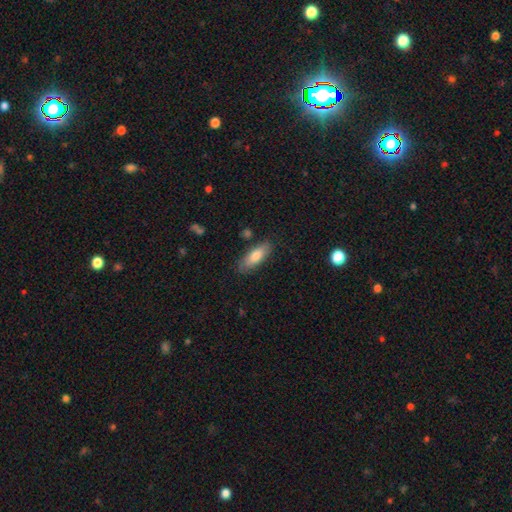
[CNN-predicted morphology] This is likely a smooth galaxy (77%). How rounded: likely in between (66%). Merging: clearly none (82%).